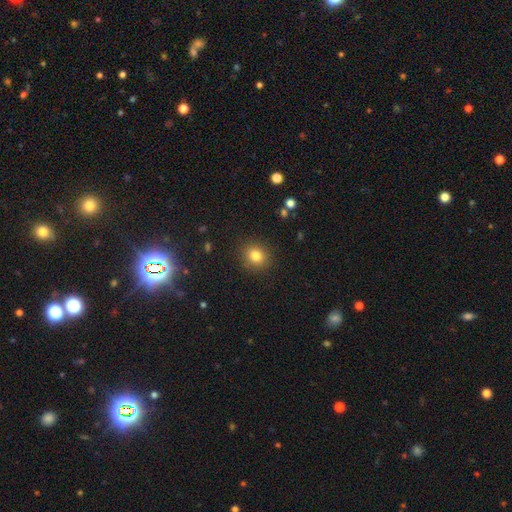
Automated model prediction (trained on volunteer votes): smooth 82%, star or artifact 12%, featured or disk 6%. Down the decision tree: how rounded — round (83%); merging — none (90%).